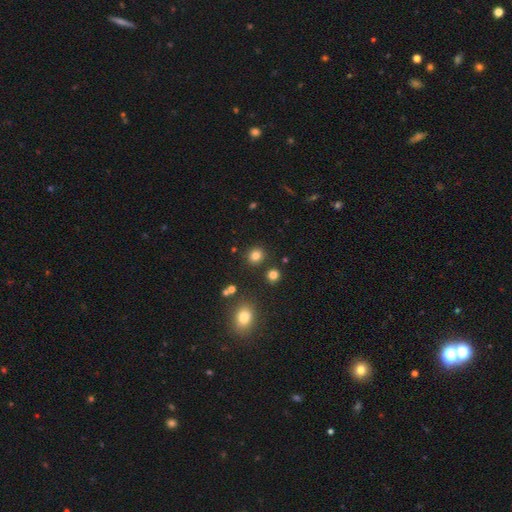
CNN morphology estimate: A smooth galaxy with no disk features (80%) that is round (85%).

Vote fractions:
- Smooth or featured? smooth: 80% / star or artifact: 14% / featured or disk: 5%
- How rounded? round: 85% / in between: 14% / cigar-shaped: 1%
- Merging? none: 87% / minor disturbance: 7% / merger: 4% / major disturbance: 2%